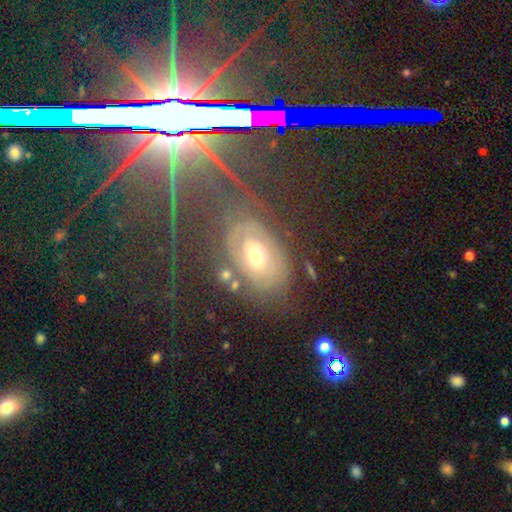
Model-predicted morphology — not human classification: type=featured or disk (40%); merging=none (76%).